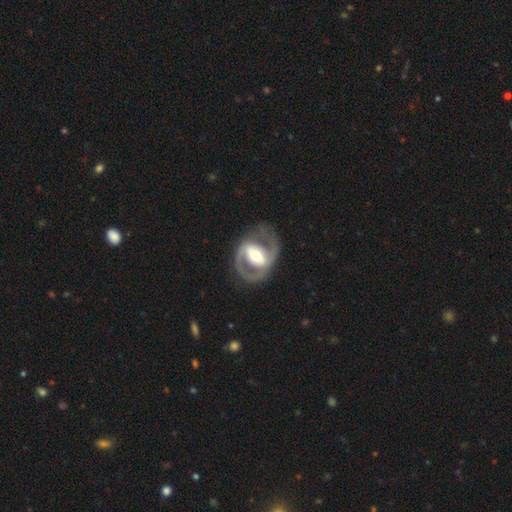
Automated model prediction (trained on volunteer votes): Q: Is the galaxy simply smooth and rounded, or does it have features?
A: featured or disk — 83%.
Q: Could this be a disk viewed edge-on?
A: no — 96%.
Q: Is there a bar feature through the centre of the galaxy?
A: strong — 44%.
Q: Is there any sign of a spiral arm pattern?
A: yes — 79%.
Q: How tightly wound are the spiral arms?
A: medium — 53%.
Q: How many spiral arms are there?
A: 2 — 88%.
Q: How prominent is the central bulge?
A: moderate — 66%.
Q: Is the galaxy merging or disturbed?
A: none — 76%.